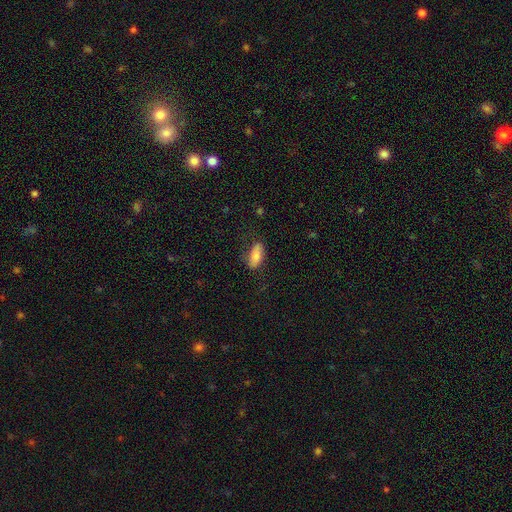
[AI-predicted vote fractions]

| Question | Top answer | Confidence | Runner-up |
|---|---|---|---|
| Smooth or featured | smooth | 72% | featured or disk (21%) |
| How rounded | in between | 81% | cigar-shaped (16%) |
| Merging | none | 73% | minor disturbance (19%) |